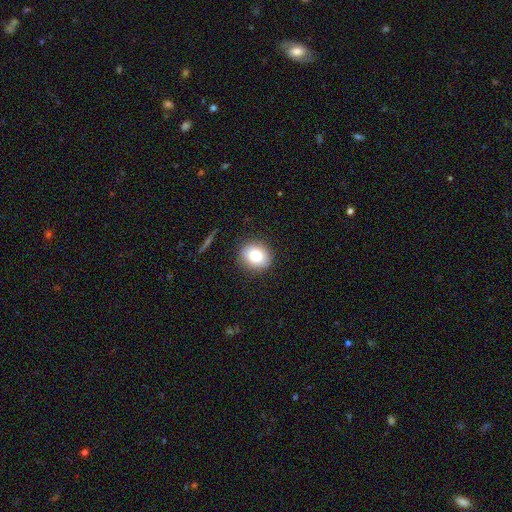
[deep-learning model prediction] smooth_or_featured: smooth (p=0.78) [alt: featured or disk p=0.12]
how_rounded: round (p=0.73) [alt: in between p=0.26]
merging: none (p=0.89) [alt: minor disturbance p=0.08]